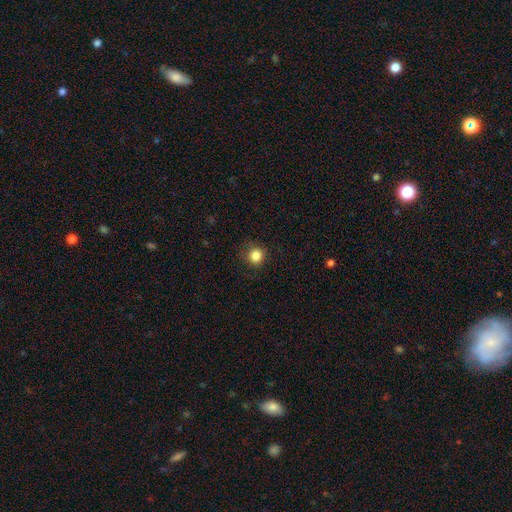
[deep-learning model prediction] Smooth or featured: smooth — 85% (star or artifact — 11%)
How rounded: round — 91% (in between — 8%)
Merging: none — 85% (minor disturbance — 11%)